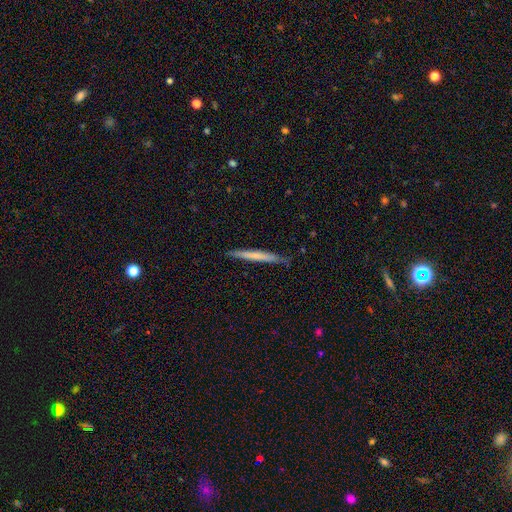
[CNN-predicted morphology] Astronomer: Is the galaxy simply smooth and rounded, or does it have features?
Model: smooth — 58% (runner-up: featured or disk, 36%).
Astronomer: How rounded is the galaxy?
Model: cigar-shaped — 97%.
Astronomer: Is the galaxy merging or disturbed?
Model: none — 85%.